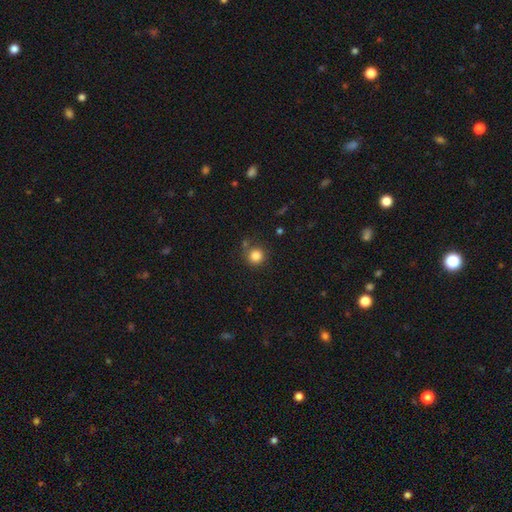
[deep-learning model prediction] Morphology: type=smooth (83%); roundness=round (94%); merging=none (79%).